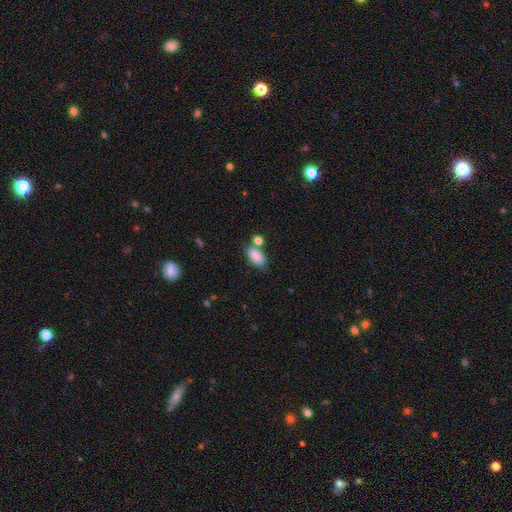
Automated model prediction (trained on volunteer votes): smooth_or_featured: smooth (p=0.86) [alt: star or artifact p=0.08]
how_rounded: in between (p=0.92) [alt: round p=0.05]
merging: none (p=0.62) [alt: minor disturbance p=0.16]